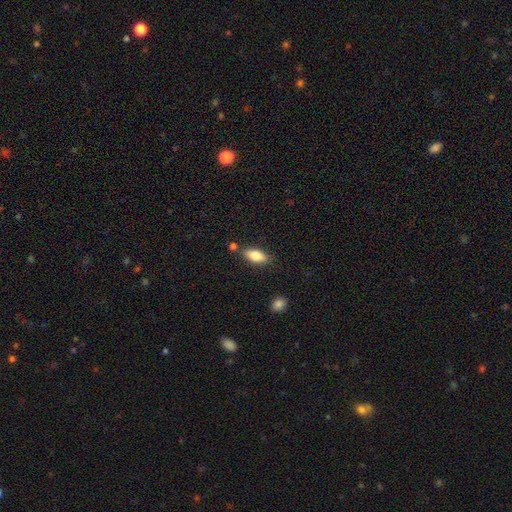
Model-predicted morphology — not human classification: A smooth galaxy with no disk features (78%) that is in between round and cigar-shaped (83%). Merging: none (77%).